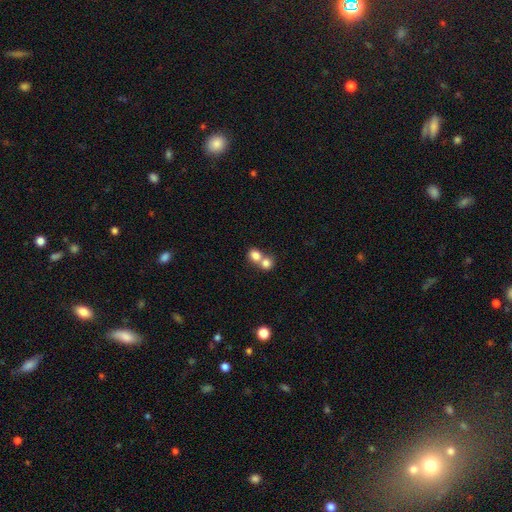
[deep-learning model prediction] Morphology: type=smooth (79%); roundness=round (74%); merging=merger (63%).